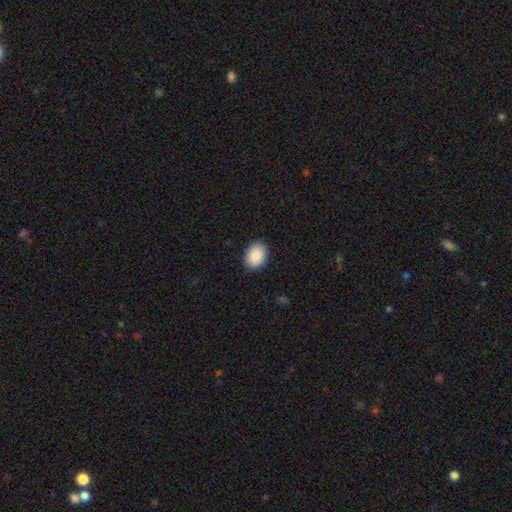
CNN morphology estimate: This appears to be a smooth galaxy with no disk features (90%) that is in between round and cigar-shaped (75%). Merging: none (89%).